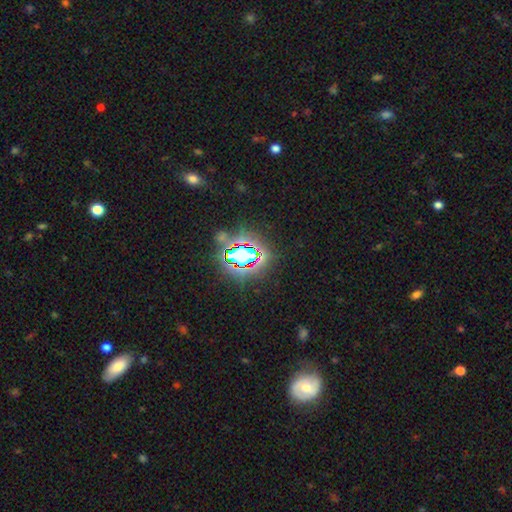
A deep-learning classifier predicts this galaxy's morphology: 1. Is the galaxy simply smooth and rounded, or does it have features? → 78% star or artifact, 13% smooth, 9% featured or disk.